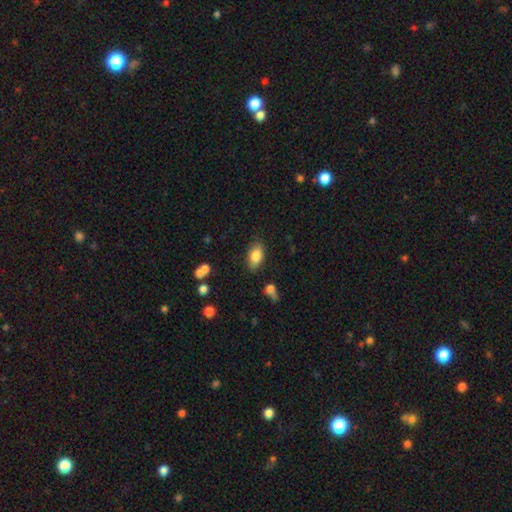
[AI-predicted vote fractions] smooth_or_featured: smooth (p=0.83) [alt: featured or disk p=0.10]
how_rounded: in between (p=0.91) [alt: round p=0.05]
merging: none (p=0.83) [alt: minor disturbance p=0.11]